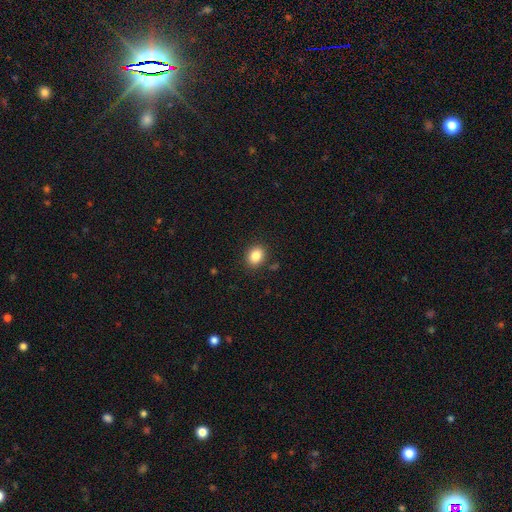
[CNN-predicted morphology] Smooth or featured? Predicted: smooth (p=0.85). How rounded? Predicted: in between (p=0.51). Merging? Predicted: none (p=0.87).